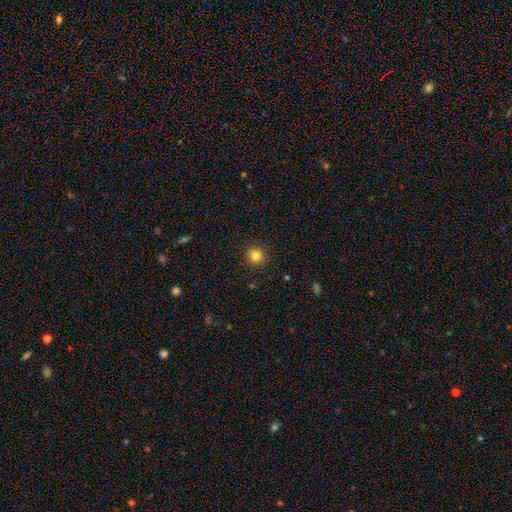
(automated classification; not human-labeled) Smooth or featured? Predicted: smooth (p=0.83). How rounded? Predicted: round (p=0.95). Merging? Predicted: none (p=0.93).